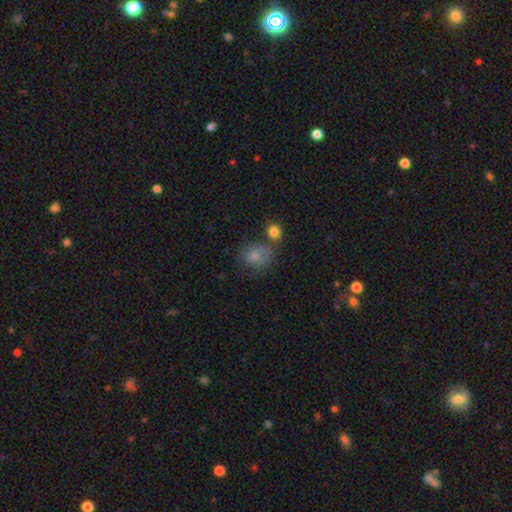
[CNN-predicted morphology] smooth 77%, featured or disk 12%, star or artifact 11%. Down the decision tree: how rounded — round (53%); merging — none (45%).